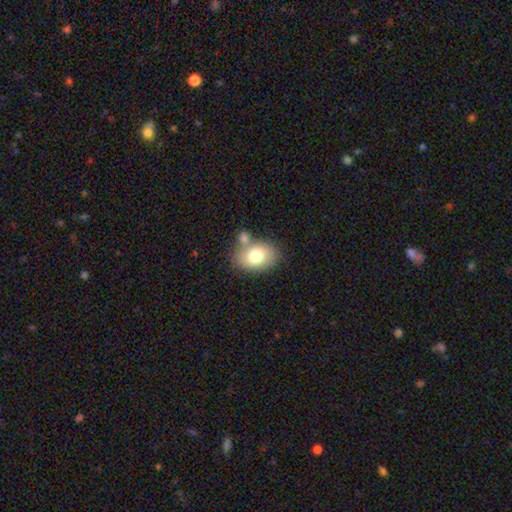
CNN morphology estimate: The model was most divided on "merging": none: 63%, merger: 19%, minor disturbance: 14%, major disturbance: 4%. More confident: how rounded — in between (76%); smooth or featured — smooth (75%).